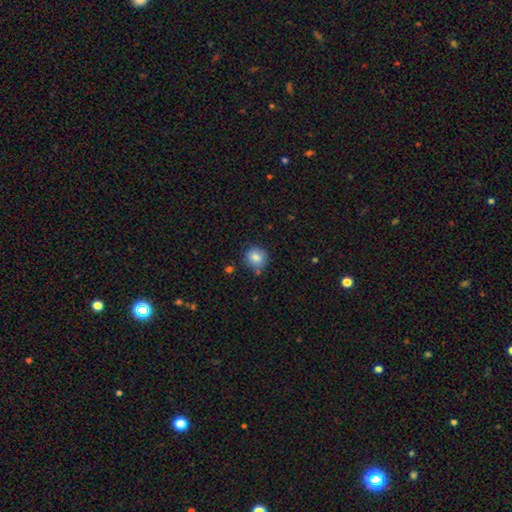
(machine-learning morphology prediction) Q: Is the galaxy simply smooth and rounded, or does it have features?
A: smooth — 84%.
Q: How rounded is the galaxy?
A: round — 86%.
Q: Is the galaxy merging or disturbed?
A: none — 76%.